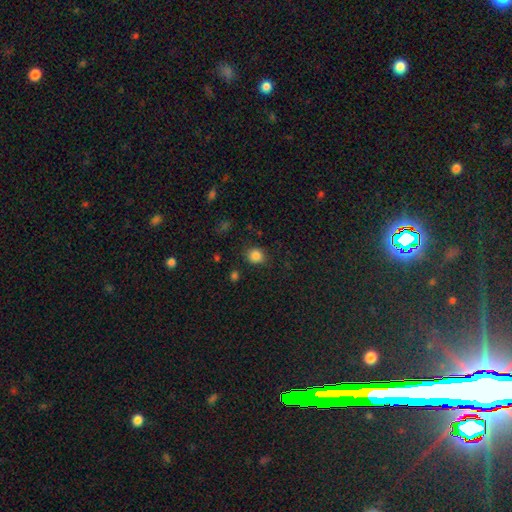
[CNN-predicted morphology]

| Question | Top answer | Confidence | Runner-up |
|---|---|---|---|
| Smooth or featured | smooth | 84% | star or artifact (12%) |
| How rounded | round | 76% | in between (23%) |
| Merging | none | 85% | minor disturbance (10%) |